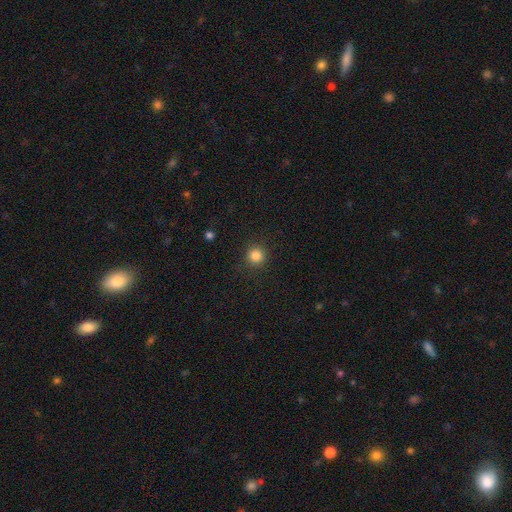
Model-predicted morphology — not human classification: Smooth or featured? smooth (84%)
How rounded? round (94%)
Merging? none (91%)